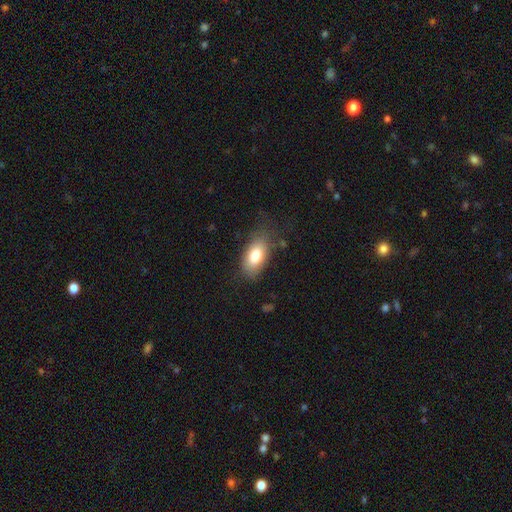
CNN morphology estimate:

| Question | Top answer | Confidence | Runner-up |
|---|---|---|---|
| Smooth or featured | smooth | 79% | featured or disk (14%) |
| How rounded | in between | 91% | round (5%) |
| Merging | none | 71% | minor disturbance (19%) |